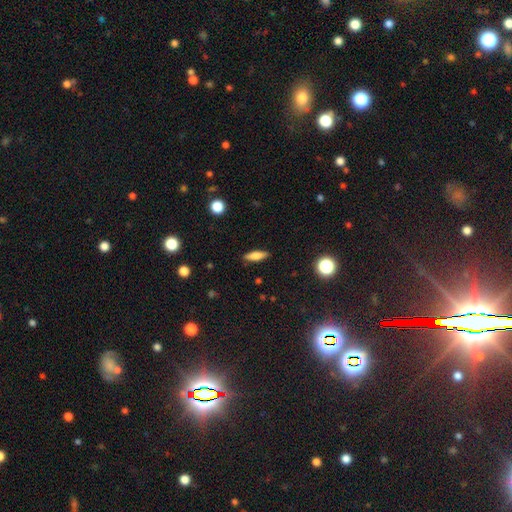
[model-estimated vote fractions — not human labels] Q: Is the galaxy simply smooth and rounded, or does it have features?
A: smooth — 73%.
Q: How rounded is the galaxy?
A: cigar-shaped — 50%.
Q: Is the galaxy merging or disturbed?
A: none — 87%.